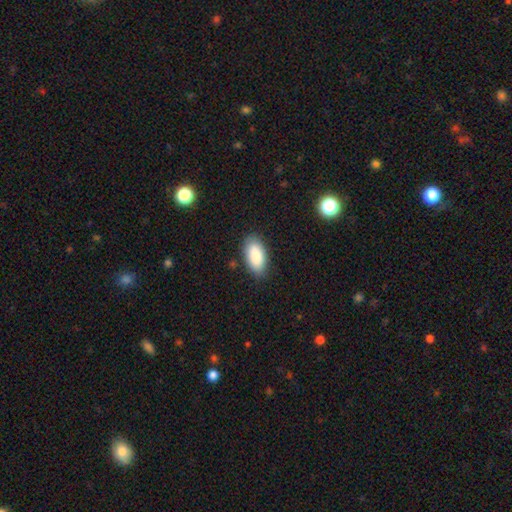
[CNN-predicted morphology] This appears to be a smooth galaxy with no disk features (89%) that is in between round and cigar-shaped (93%). Merging: none (85%).